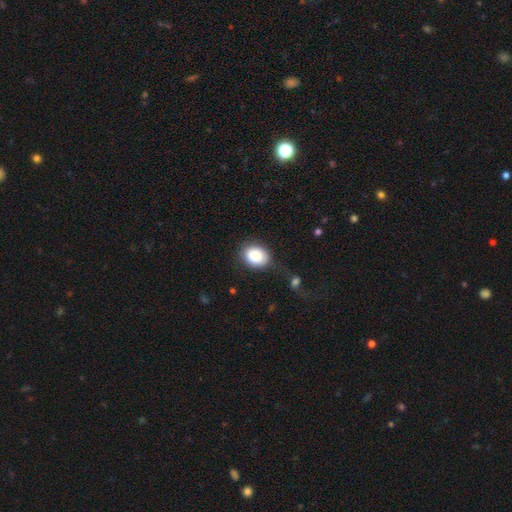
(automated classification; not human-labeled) smooth-or-featured: smooth: 87% | star or artifact: 7% | featured or disk: 6%
  how-rounded: in between: 58% | round: 41% | cigar-shaped: 1%
  merging: none: 71% | minor disturbance: 17% | major disturbance: 8% | merger: 4%